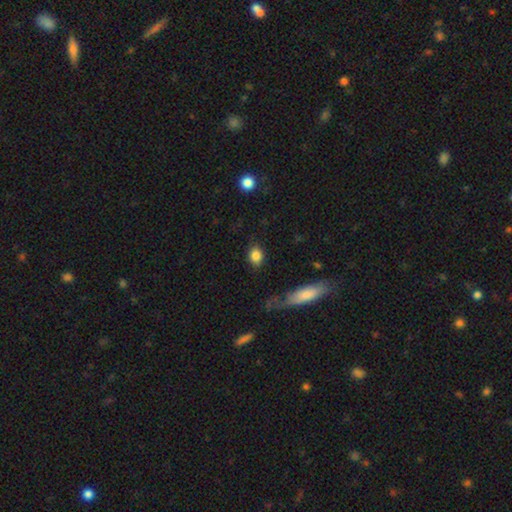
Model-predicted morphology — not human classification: type=smooth (85%); roundness=in between (51%); merging=none (82%).